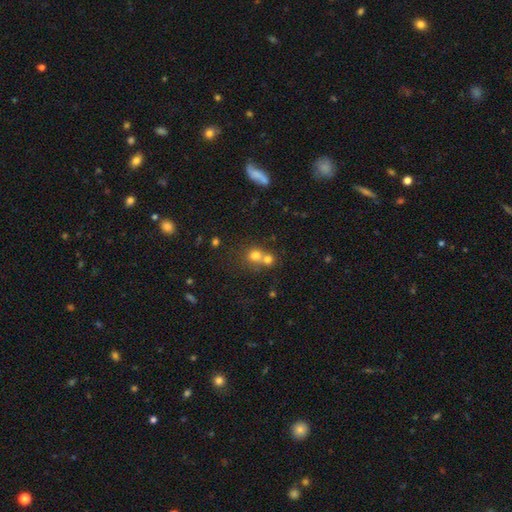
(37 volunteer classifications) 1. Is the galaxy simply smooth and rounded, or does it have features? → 89% smooth, 8% featured or disk, 3% star or artifact.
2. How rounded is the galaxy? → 85% round, 15% in between, 0% cigar-shaped.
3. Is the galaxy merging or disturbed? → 67% merger, 31% none, 3% minor disturbance, 0% major disturbance.